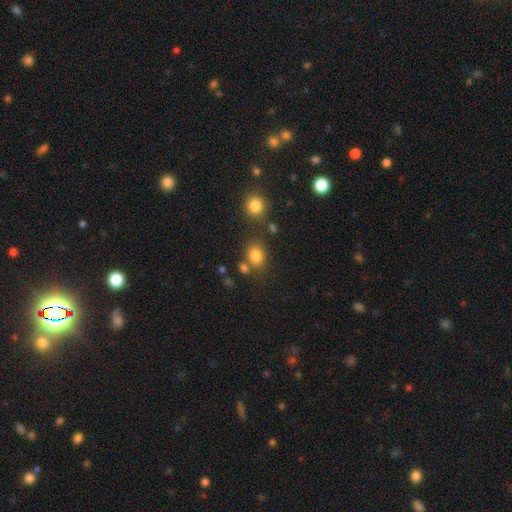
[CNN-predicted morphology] smooth_or_featured: smooth (p=0.81) [alt: star or artifact p=0.13]
how_rounded: round (p=0.54) [alt: in between p=0.45]
merging: none (p=0.67) [alt: merger p=0.15]